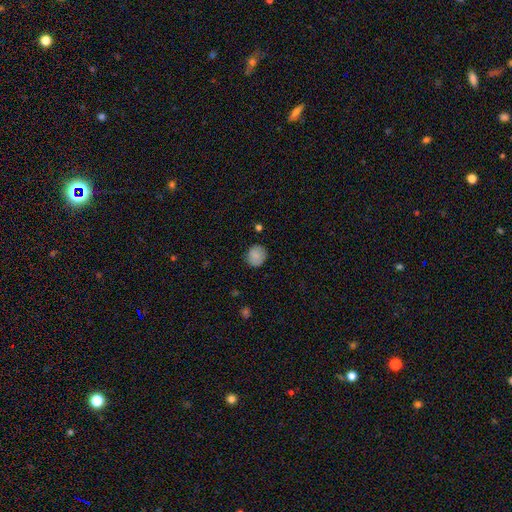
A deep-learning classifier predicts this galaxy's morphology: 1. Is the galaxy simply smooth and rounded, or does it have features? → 85% smooth, 8% star or artifact, 7% featured or disk.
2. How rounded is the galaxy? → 83% round, 16% in between, 1% cigar-shaped.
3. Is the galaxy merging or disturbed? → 83% none, 13% minor disturbance, 3% major disturbance, 1% merger.